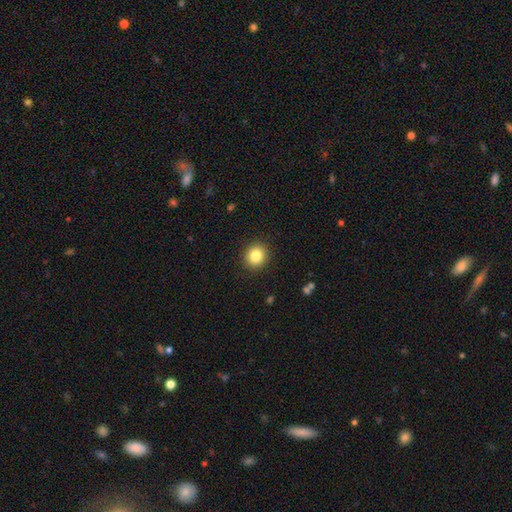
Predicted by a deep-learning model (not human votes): smooth_or_featured: smooth (p=0.83) [alt: star or artifact p=0.10]
how_rounded: round (p=0.86) [alt: in between p=0.14]
merging: none (p=0.91) [alt: minor disturbance p=0.06]